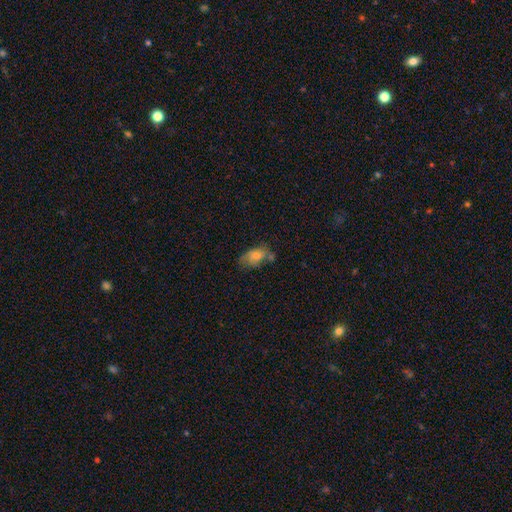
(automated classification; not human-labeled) Q: Smooth or featured?
A: smooth (70%); runner-up: featured or disk (21%)
Q: How rounded?
A: in between (87%); runner-up: round (11%)
Q: Merging?
A: none (40%); runner-up: minor disturbance (30%)